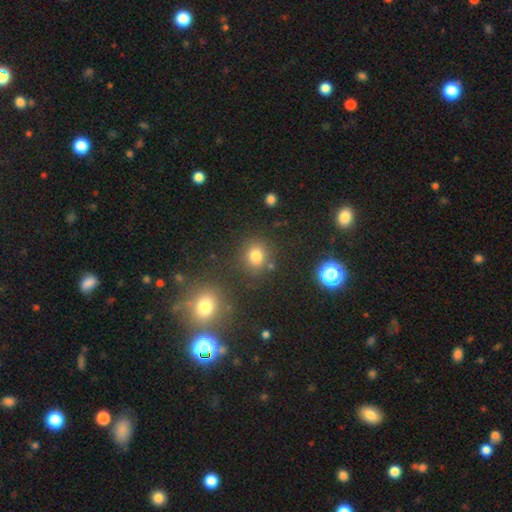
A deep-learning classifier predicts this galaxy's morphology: This is likely a smooth galaxy (74%). How rounded: likely round (77%). Merging: likely none (78%).